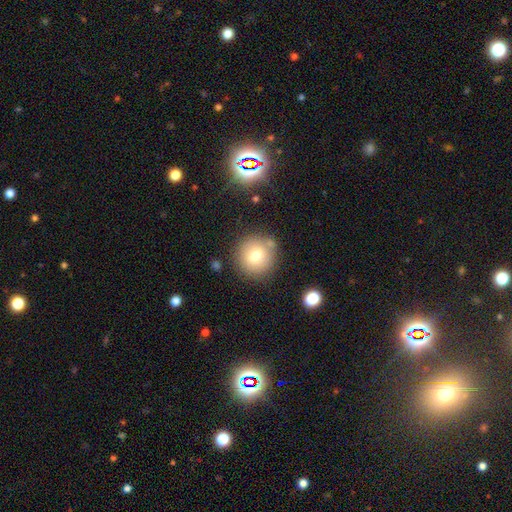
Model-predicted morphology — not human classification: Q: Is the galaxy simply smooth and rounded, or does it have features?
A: smooth — 77%.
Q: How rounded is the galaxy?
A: round — 93%.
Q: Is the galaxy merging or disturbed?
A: none — 78%.